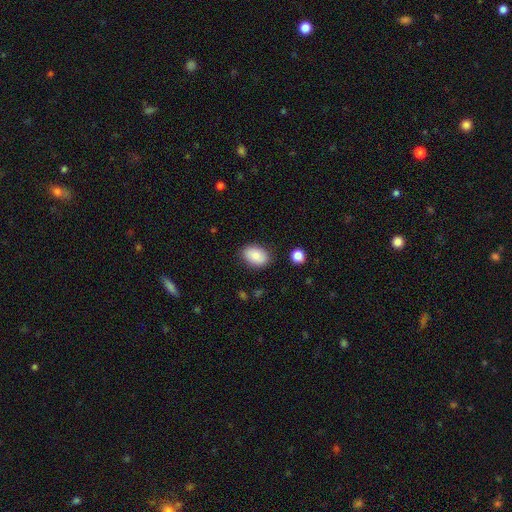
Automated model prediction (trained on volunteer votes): Smooth or featured? Predicted: smooth (p=0.85). How rounded? Predicted: in between (p=0.83). Merging? Predicted: none (p=0.83).